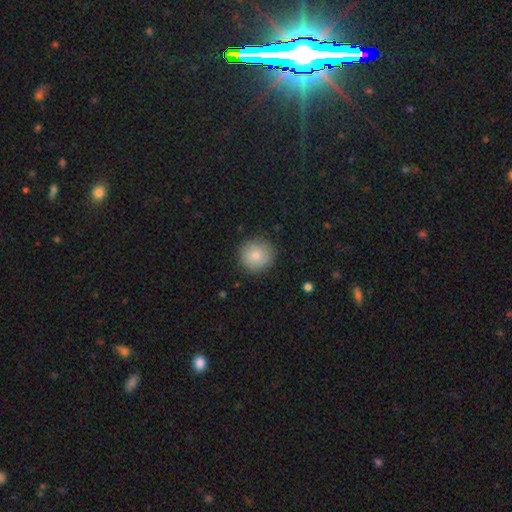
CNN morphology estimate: Smooth or featured? Predicted: smooth (p=0.81). How rounded? Predicted: round (p=0.92). Merging? Predicted: none (p=0.85).